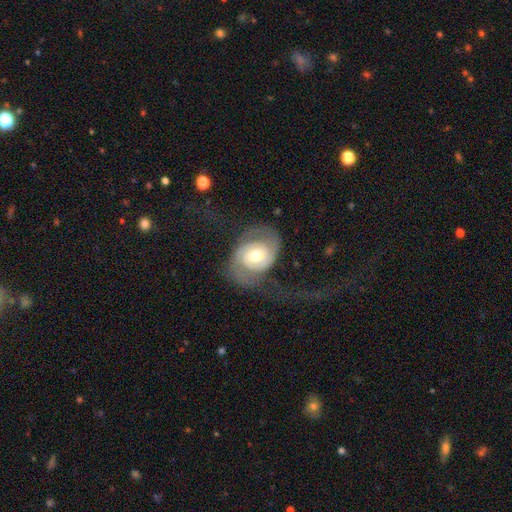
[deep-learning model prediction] A featured or disk galaxy (77%) with no bar (56%), 2 (78%) medium (39%) spiral arms (91%) and a moderate central bulge (70%). Merging: none (46%).